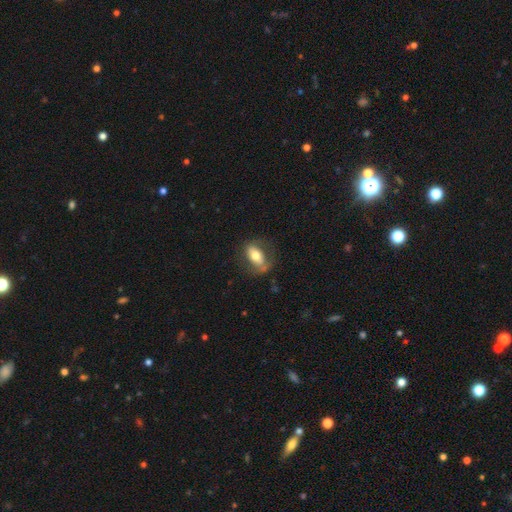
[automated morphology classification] smooth 60%, featured or disk 33%, star or artifact 7%. Down the decision tree: how rounded — in between (85%); merging — none (60%).